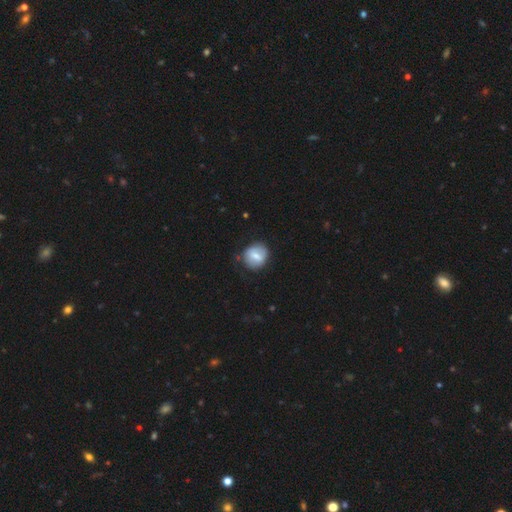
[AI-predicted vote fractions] The model was most divided on "smooth or featured": smooth: 56%, featured or disk: 37%, star or artifact: 7%. More confident: how rounded — round (77%); merging — none (76%).